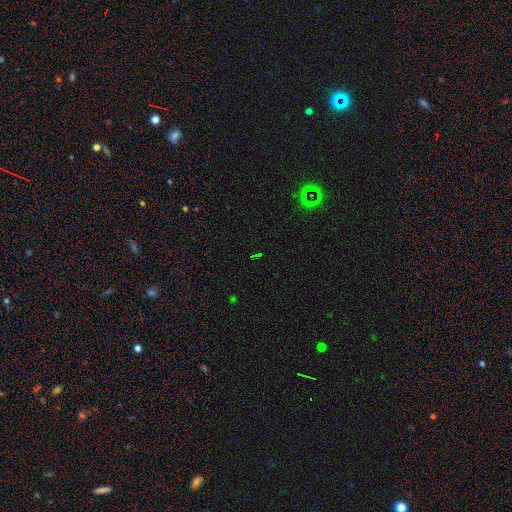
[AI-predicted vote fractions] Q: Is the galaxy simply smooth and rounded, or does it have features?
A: star or artifact — 77%.